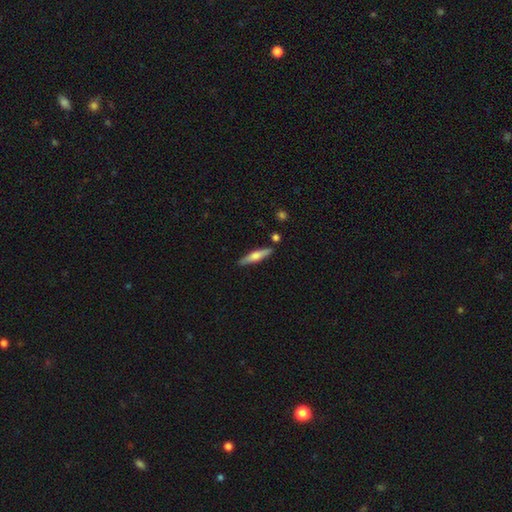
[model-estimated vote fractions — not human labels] smooth-or-featured: smooth: 52% | featured or disk: 42% | star or artifact: 6%
  how-rounded: cigar-shaped: 82% | in between: 16% | round: 2%
  merging: none: 86% | minor disturbance: 9% | merger: 4% | major disturbance: 2%